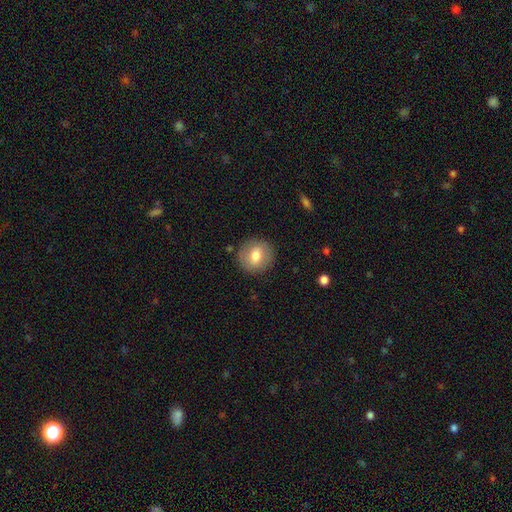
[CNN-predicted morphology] Smooth or featured: smooth — 70% (featured or disk — 23%)
How rounded: round — 88% (in between — 11%)
Merging: none — 86% (minor disturbance — 9%)